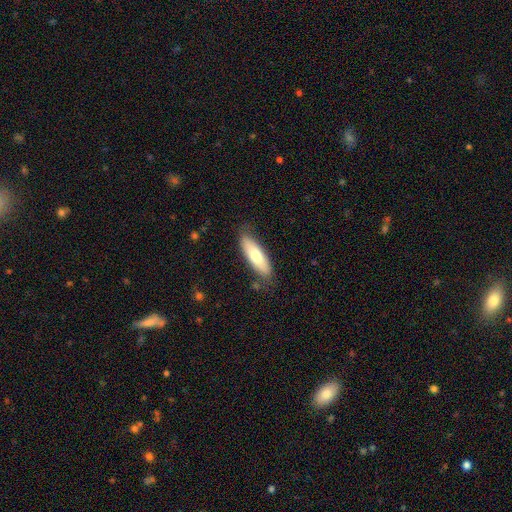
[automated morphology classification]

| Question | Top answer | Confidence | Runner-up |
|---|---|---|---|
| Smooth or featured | smooth | 71% | featured or disk (24%) |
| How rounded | in between | 52% | cigar-shaped (46%) |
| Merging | none | 80% | minor disturbance (15%) |